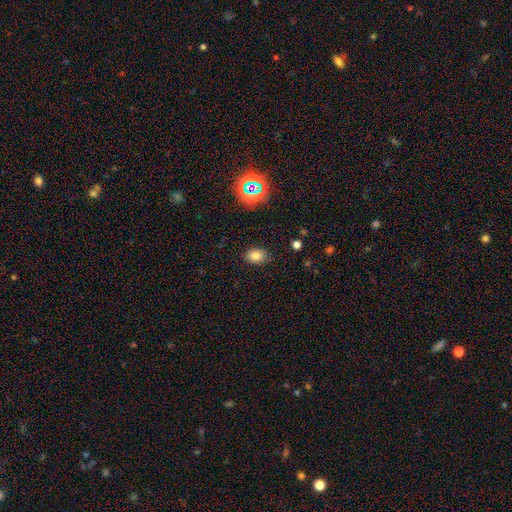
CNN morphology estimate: The model was most divided on "how rounded": in between: 75%, round: 24%, cigar-shaped: 1%. More confident: merging — none (85%); smooth or featured — smooth (78%).